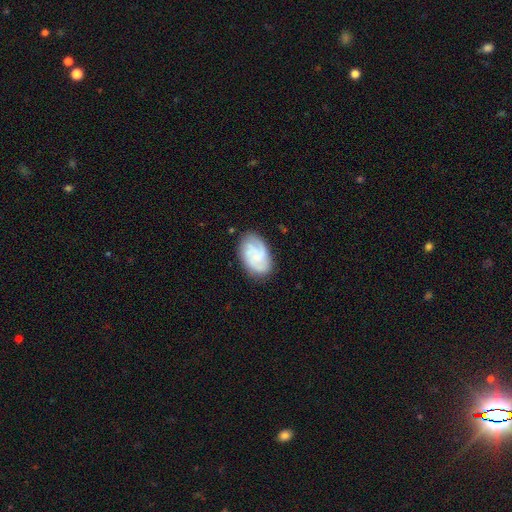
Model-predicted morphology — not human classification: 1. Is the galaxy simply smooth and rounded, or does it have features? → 63% featured or disk, 29% smooth, 7% star or artifact.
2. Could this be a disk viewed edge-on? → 98% no, 2% yes.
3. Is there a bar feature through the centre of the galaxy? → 67% no, 29% weak, 4% strong.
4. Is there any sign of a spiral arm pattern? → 94% yes, 6% no.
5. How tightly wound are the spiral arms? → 44% tight, 42% medium, 14% loose.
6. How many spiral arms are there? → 46% 3, 19% can't tell, 14% 2, 12% 4, 5% 1, 5% more than 4.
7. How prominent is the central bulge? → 45% small, 37% none, 14% moderate, 2% large, 1% dominant.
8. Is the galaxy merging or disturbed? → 76% none, 17% minor disturbance, 5% major disturbance, 1% merger.